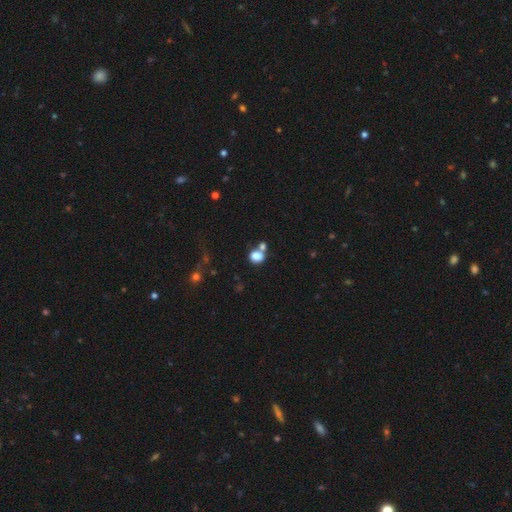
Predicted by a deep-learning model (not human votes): A smooth galaxy with no disk features (81%) that is round (54%).

Vote fractions:
- Smooth or featured? smooth: 81% / star or artifact: 11% / featured or disk: 8%
- How rounded? round: 54% / in between: 45% / cigar-shaped: 1%
- Merging? none: 47% / merger: 37% / minor disturbance: 11% / major disturbance: 5%